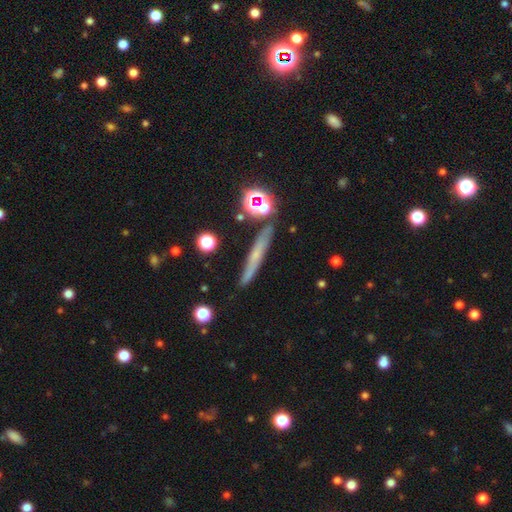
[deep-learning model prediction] The model was most divided on "smooth or featured": smooth: 42%, featured or disk: 40%, star or artifact: 18%. More confident: merging — none (82%).